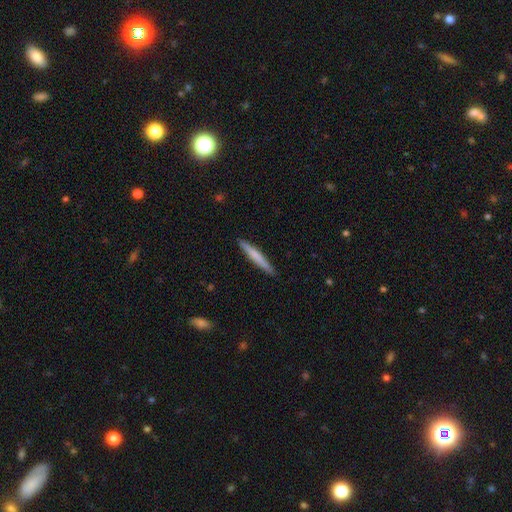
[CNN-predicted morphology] Q: Smooth or featured?
A: smooth (62%); runner-up: featured or disk (33%)
Q: How rounded?
A: cigar-shaped (96%); runner-up: in between (3%)
Q: Merging?
A: none (91%); runner-up: minor disturbance (7%)